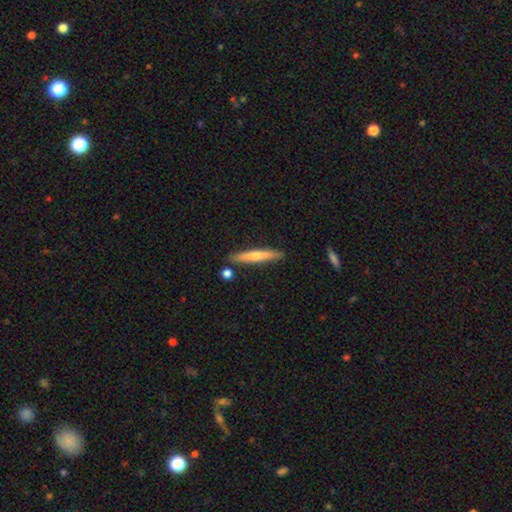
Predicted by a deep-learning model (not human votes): A featured or disk galaxy (49%). Merging: none (87%).